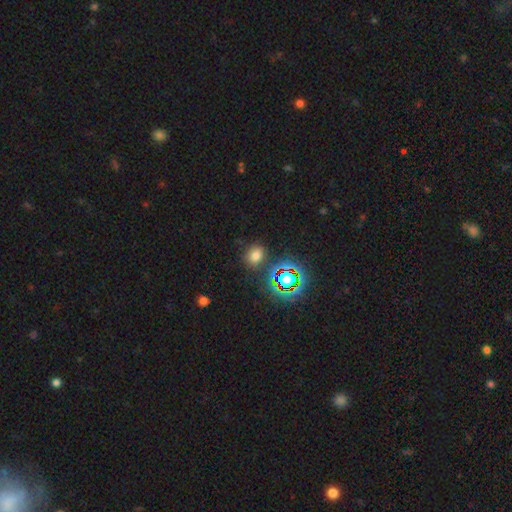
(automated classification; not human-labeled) This appears to be a smooth galaxy with no disk features (66%) that is round (53%). Merging: none (81%).